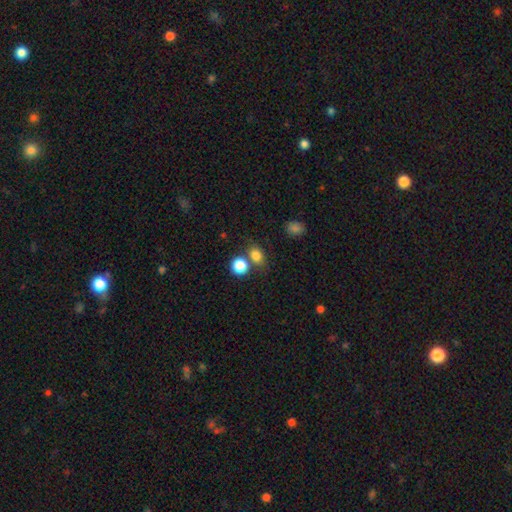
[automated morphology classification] smooth-or-featured: smooth: 81% | star or artifact: 13% | featured or disk: 6%
  how-rounded: round: 60% | in between: 38% | cigar-shaped: 1%
  merging: none: 64% | merger: 22% | minor disturbance: 10% | major disturbance: 4%